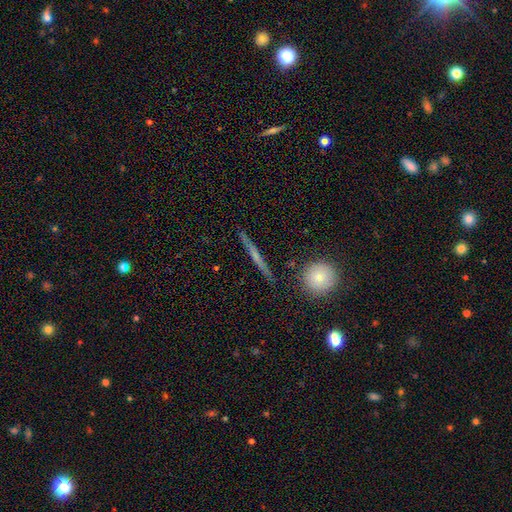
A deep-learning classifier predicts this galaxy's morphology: featured or disk 56%, smooth 35%, star or artifact 9%. Down the decision tree: edge-on disk — yes (95%); edge-on bulge — none (65%); merging — none (90%).